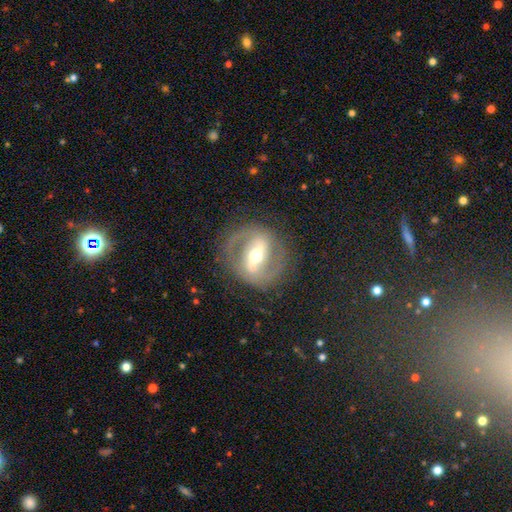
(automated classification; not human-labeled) smooth-or-featured: featured or disk: 84% | smooth: 10% | star or artifact: 6%
  disk-edge-on: no: 95% | yes: 5%
    bar: strong: 57% | weak: 30% | no: 13%
    has-spiral-arms: yes: 85% | no: 15%
      spiral-winding: medium: 52% | tight: 26% | loose: 22%
      spiral-arm-count: 2: 88% | can't tell: 5% | 1: 3% | 3: 1% | 4: 1% | more than 4: 1%
    bulge-size: moderate: 62% | small: 30% | large: 7% | dominant: 1% | none: 1%
  merging: none: 79% | minor disturbance: 12% | major disturbance: 7% | merger: 2%